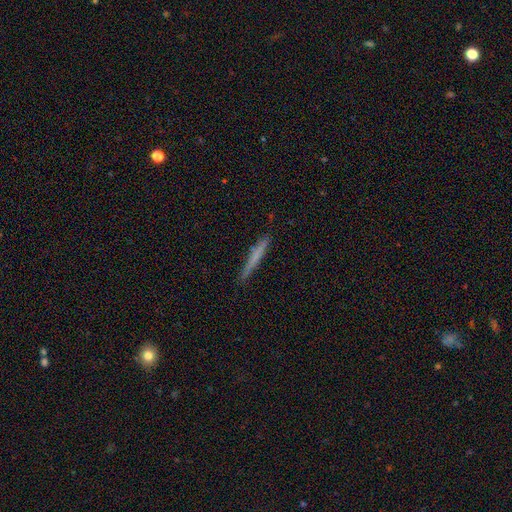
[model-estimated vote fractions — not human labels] Smooth or featured: smooth — 61% (featured or disk — 33%)
How rounded: cigar-shaped — 96% (in between — 2%)
Merging: none — 88% (minor disturbance — 9%)